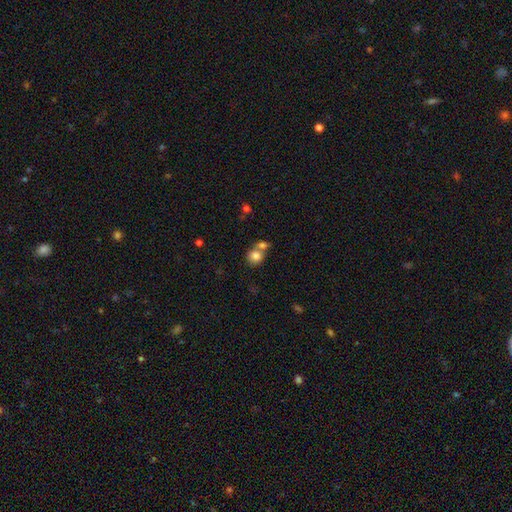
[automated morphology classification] A smooth galaxy with no disk features (80%) that is round (78%).

Vote fractions:
- Smooth or featured? smooth: 80% / featured or disk: 10% / star or artifact: 10%
- How rounded? round: 78% / in between: 21% / cigar-shaped: 1%
- Merging? merger: 46% / none: 43% / minor disturbance: 8% / major disturbance: 3%